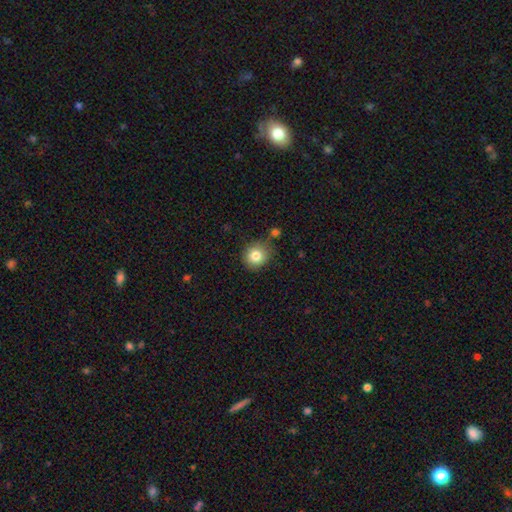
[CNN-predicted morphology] Smooth or featured?
  - smooth: 82% *
  - star or artifact: 10%
  - featured or disk: 8%
How rounded?
  - round: 87% *
  - in between: 12%
  - cigar-shaped: 1%
Merging?
  - none: 78% *
  - minor disturbance: 14%
  - merger: 5%
  - major disturbance: 3%